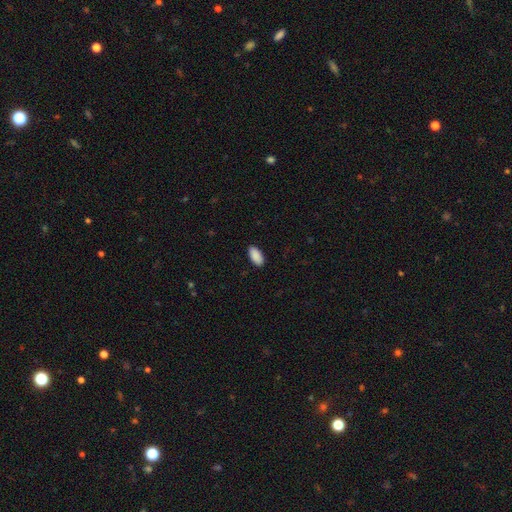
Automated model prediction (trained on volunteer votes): A smooth galaxy with no disk features (91%) that is in between round and cigar-shaped (94%).

Vote fractions:
- Smooth or featured? smooth: 91% / star or artifact: 6% / featured or disk: 3%
- How rounded? in between: 94% / cigar-shaped: 4% / round: 2%
- Merging? none: 89% / minor disturbance: 8% / major disturbance: 2% / merger: 1%